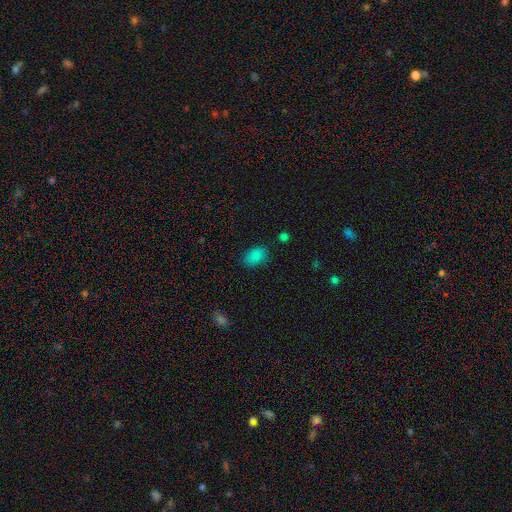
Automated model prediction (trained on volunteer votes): Smooth or featured?
  - smooth: 84% *
  - star or artifact: 11%
  - featured or disk: 5%
How rounded?
  - in between: 85% *
  - round: 13%
  - cigar-shaped: 1%
Merging?
  - none: 78% *
  - minor disturbance: 16%
  - major disturbance: 4%
  - merger: 2%